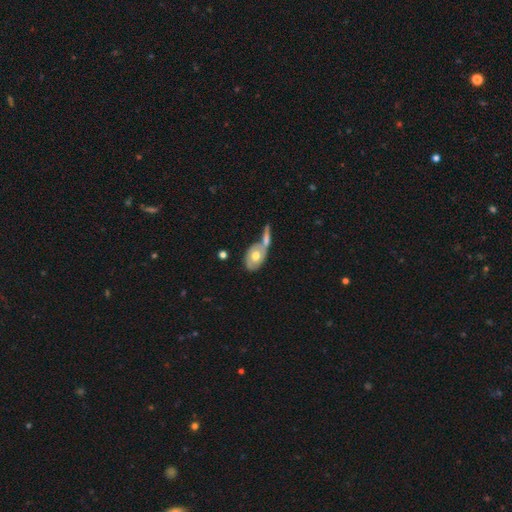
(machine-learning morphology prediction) smooth 50%, featured or disk 44%, star or artifact 6%. Down the decision tree: how rounded — in between (84%); merging — merger (42%).